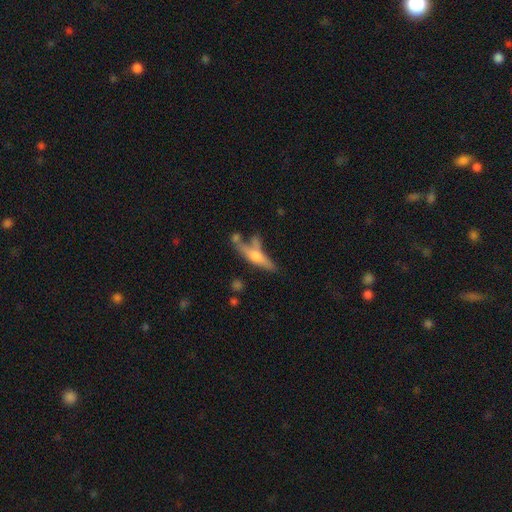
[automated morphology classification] The model was most divided on "smooth or featured": featured or disk: 54%, smooth: 38%, star or artifact: 8%. More confident: edge-on disk — yes (87%); merging — none (50%).